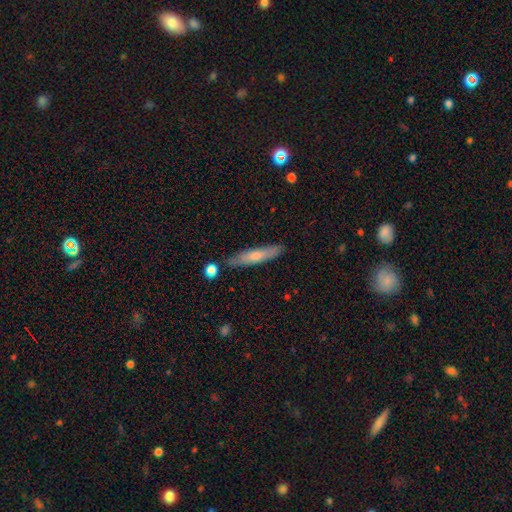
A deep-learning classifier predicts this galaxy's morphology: A smooth galaxy with no disk features (63%) that is cigar-shaped (86%). Merging: none (81%).